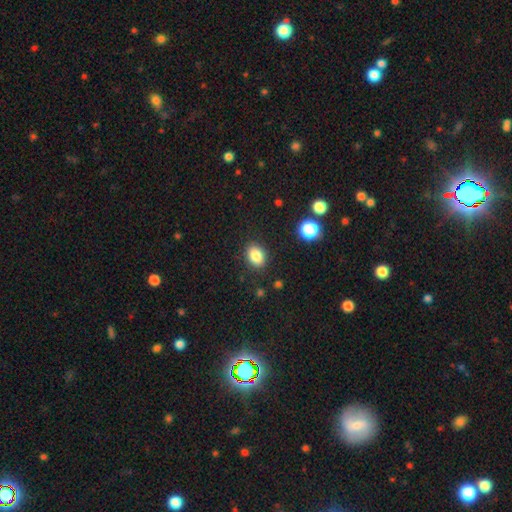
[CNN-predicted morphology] smooth 85%, star or artifact 10%, featured or disk 5%. Down the decision tree: how rounded — in between (68%); merging — none (87%).